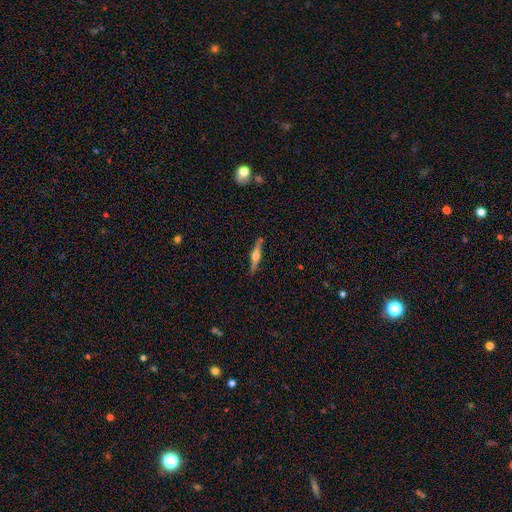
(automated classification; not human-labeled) Overall: featured or disk (70%). Edge-on disk: yes (97%). Edge-on bulge: rounded (90%). Merging: none (86%).